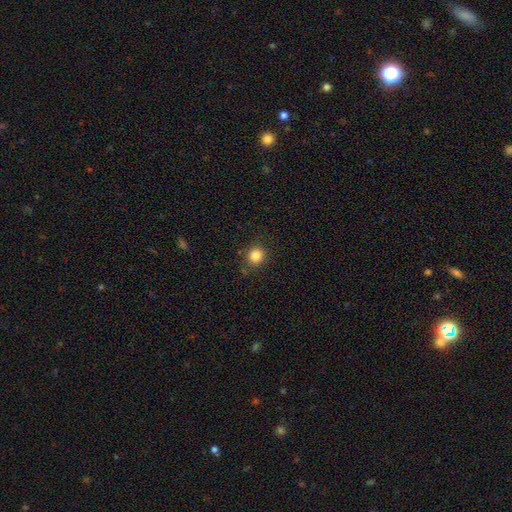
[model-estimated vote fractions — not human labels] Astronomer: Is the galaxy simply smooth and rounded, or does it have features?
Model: smooth — 84%.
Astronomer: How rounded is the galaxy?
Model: round — 90%.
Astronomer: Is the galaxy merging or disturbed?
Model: none — 87%.